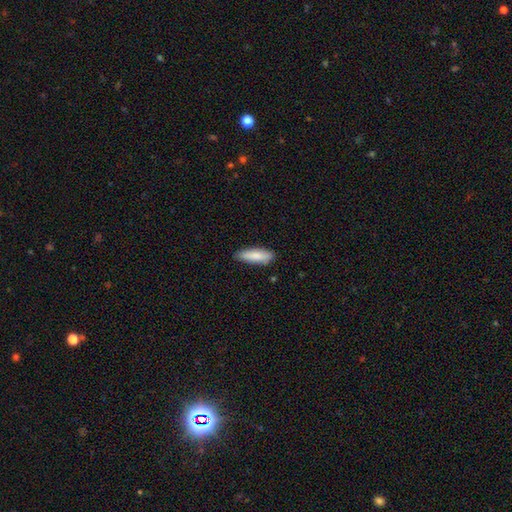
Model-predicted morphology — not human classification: A smooth galaxy with no disk features (83%) that is cigar-shaped (53%).

Vote fractions:
- Smooth or featured? smooth: 83% / featured or disk: 11% / star or artifact: 6%
- How rounded? cigar-shaped: 53% / in between: 46% / round: 2%
- Merging? none: 82% / minor disturbance: 14% / major disturbance: 2% / merger: 1%